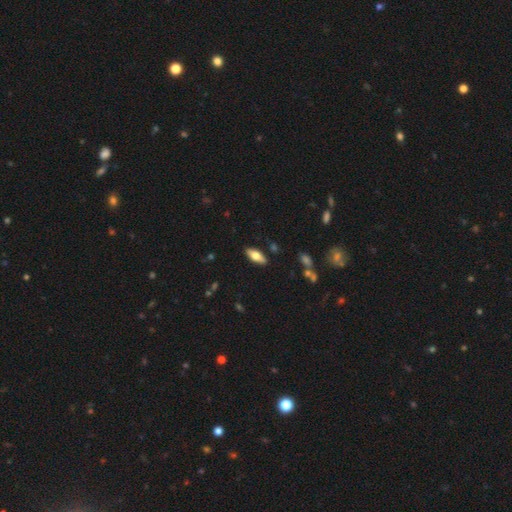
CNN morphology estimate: Smooth or featured? Predicted: smooth (p=0.61). How rounded? Predicted: in between (p=0.74). Merging? Predicted: none (p=0.87).